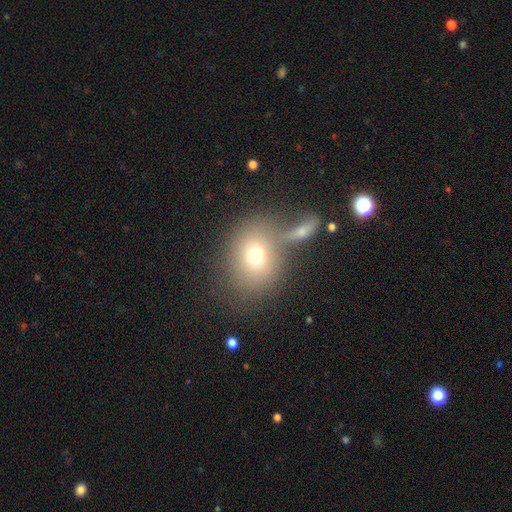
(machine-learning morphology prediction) This is likely a smooth galaxy (71%). How rounded: likely round (64%). Merging: possibly none (48%).